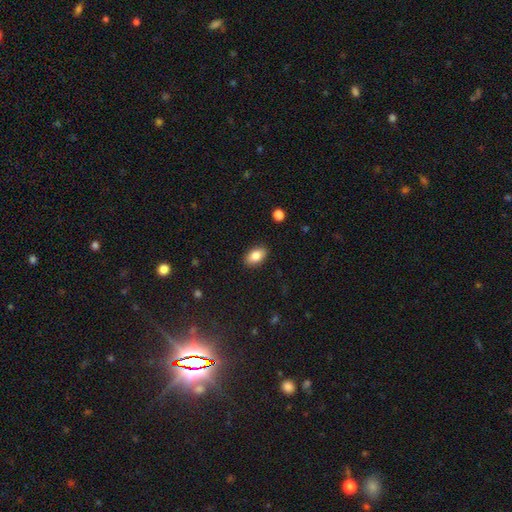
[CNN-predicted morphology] A smooth galaxy with no disk features (84%) that is in between round and cigar-shaped (91%).

Vote fractions:
- Smooth or featured? smooth: 84% / featured or disk: 8% / star or artifact: 8%
- How rounded? in between: 91% / round: 7% / cigar-shaped: 2%
- Merging? none: 88% / minor disturbance: 9% / major disturbance: 2% / merger: 1%